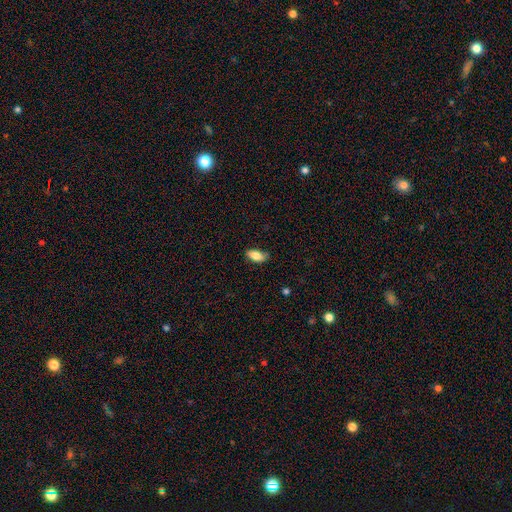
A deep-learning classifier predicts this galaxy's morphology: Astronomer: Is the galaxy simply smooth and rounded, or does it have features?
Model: smooth — 84%.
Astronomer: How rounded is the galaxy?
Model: in between — 88%.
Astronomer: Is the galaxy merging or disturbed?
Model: none — 75%.